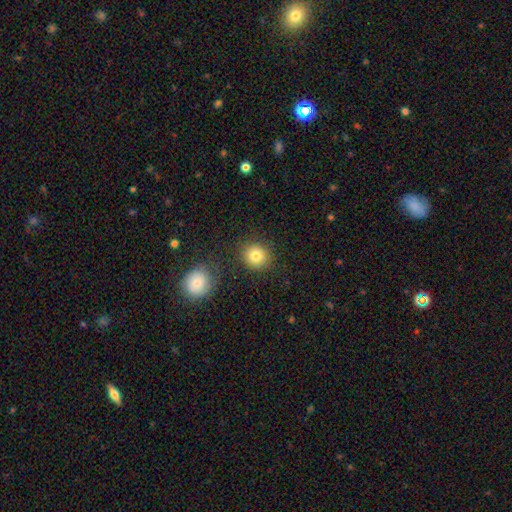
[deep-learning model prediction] smooth_or_featured: smooth (p=0.82) [alt: star or artifact p=0.10]
how_rounded: round (p=0.84) [alt: in between p=0.15]
merging: none (p=0.84) [alt: minor disturbance p=0.08]